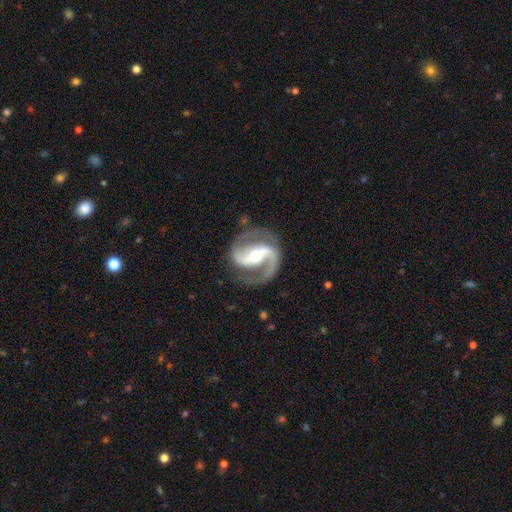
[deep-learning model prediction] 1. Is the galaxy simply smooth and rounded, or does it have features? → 93% featured or disk, 4% star or artifact, 3% smooth.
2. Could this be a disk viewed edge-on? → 98% no, 2% yes.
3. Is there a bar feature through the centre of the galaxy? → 54% strong, 29% weak, 16% no.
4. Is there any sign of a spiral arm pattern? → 98% yes, 2% no.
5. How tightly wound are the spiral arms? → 61% medium, 23% tight, 16% loose.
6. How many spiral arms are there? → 94% 2, 2% 1, 2% can't tell, 1% 3, 1% 4, 1% more than 4.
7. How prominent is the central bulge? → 60% moderate, 32% small, 6% large, 1% none, 1% dominant.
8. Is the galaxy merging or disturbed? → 82% none, 11% minor disturbance, 5% major disturbance, 1% merger.